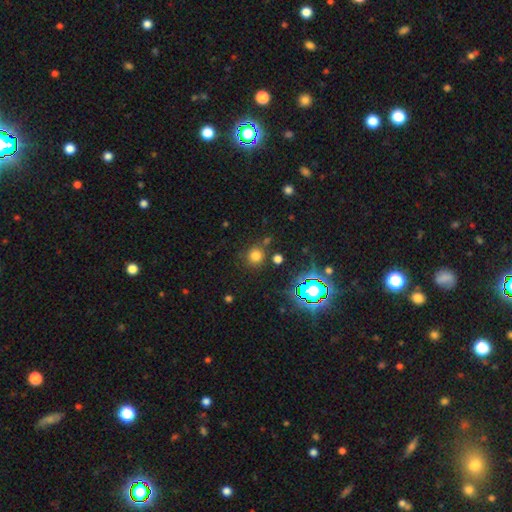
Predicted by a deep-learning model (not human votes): smooth-or-featured: smooth: 69% | star or artifact: 24% | featured or disk: 6%
  how-rounded: round: 90% | in between: 9% | cigar-shaped: 1%
  merging: none: 79% | minor disturbance: 10% | merger: 7% | major disturbance: 4%